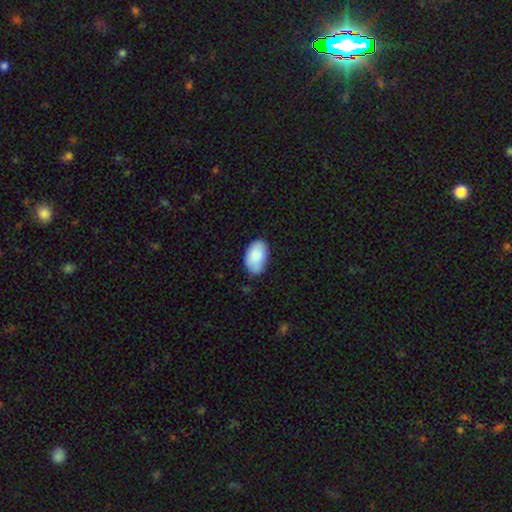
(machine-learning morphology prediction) Smooth or featured? Predicted: smooth (p=0.87). How rounded? Predicted: in between (p=0.93). Merging? Predicted: none (p=0.74).